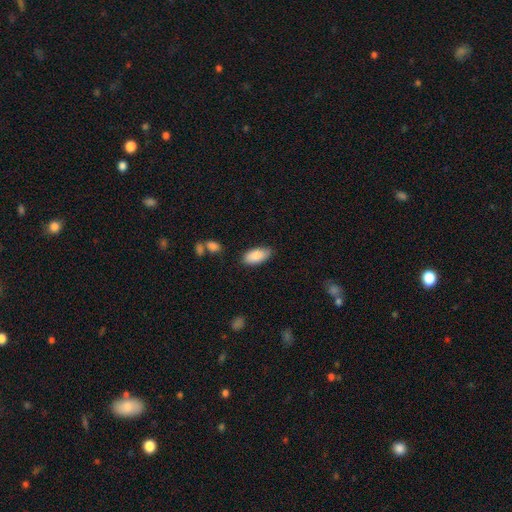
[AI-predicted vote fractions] This appears to be a smooth galaxy with no disk features (88%) that is in between round and cigar-shaped (93%). Merging: none (80%).